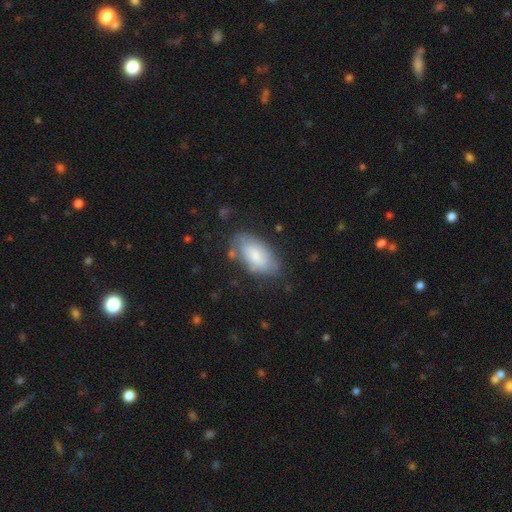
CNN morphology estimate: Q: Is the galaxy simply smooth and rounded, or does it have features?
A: smooth — 72%.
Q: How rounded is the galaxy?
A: in between — 92%.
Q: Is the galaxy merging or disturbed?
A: none — 68%.